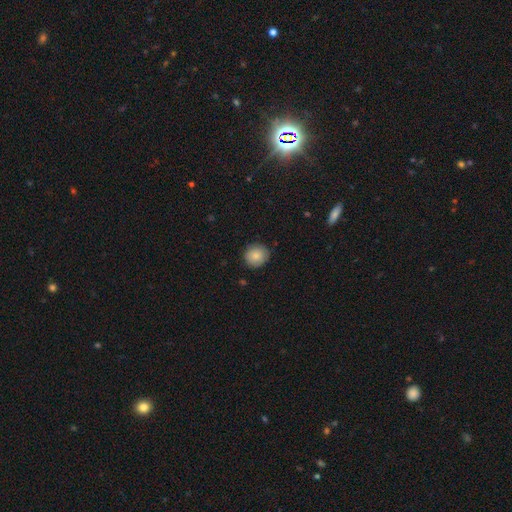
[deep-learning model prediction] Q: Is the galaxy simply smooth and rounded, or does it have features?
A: smooth — 84%.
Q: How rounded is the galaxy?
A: round — 89%.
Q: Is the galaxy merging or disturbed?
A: none — 87%.